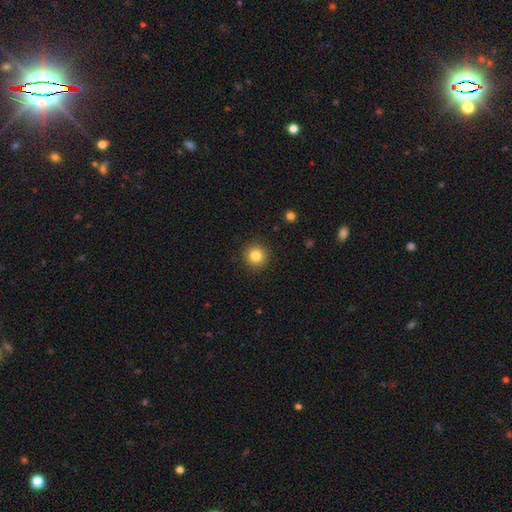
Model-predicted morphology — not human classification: This appears to be a smooth galaxy with no disk features (83%) that is round (95%). Merging: none (92%).